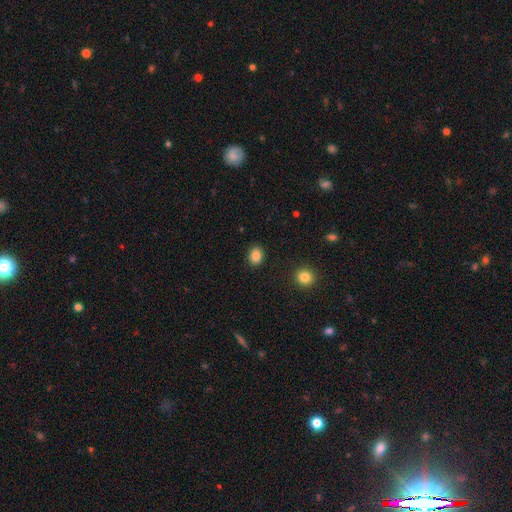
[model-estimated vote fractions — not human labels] A smooth galaxy with no disk features (86%) that is in between round and cigar-shaped (64%). Merging: none (89%).